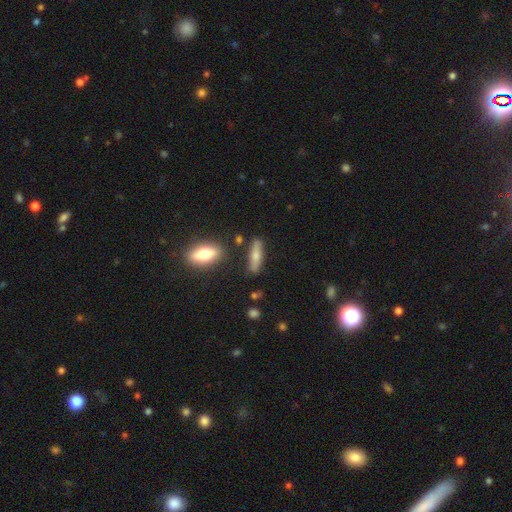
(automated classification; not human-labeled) Morphology: type=smooth (61%); roundness=cigar-shaped (69%); merging=none (80%).